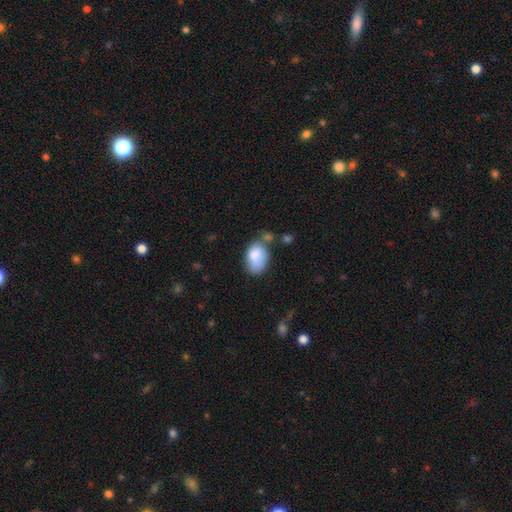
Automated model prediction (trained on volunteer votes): Smooth or featured? smooth (81%)
How rounded? in between (86%)
Merging? none (42%)